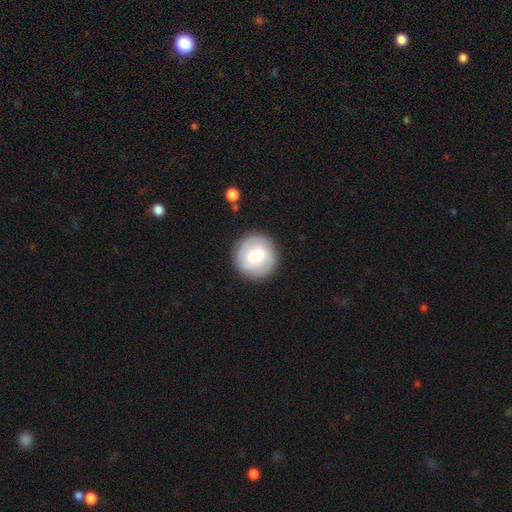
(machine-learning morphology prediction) Overall: smooth (59%; featured or disk 34%). How rounded: round (94%). Merging: none (88%).